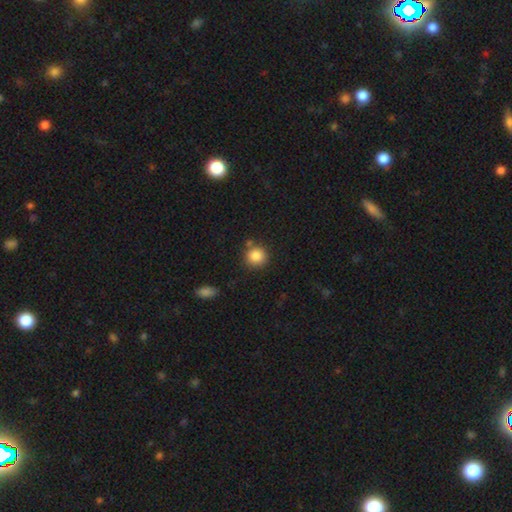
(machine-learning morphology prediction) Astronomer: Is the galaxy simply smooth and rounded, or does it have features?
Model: smooth — 86%.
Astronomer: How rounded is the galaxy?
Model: round — 90%.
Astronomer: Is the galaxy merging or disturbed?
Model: none — 76%.